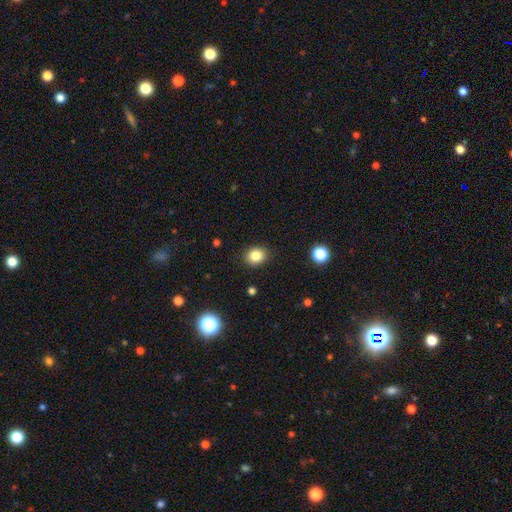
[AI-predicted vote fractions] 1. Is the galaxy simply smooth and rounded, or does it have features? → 84% smooth, 11% star or artifact, 6% featured or disk.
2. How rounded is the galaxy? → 62% round, 37% in between, 1% cigar-shaped.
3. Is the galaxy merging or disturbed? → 89% none, 8% minor disturbance, 2% major disturbance, 1% merger.